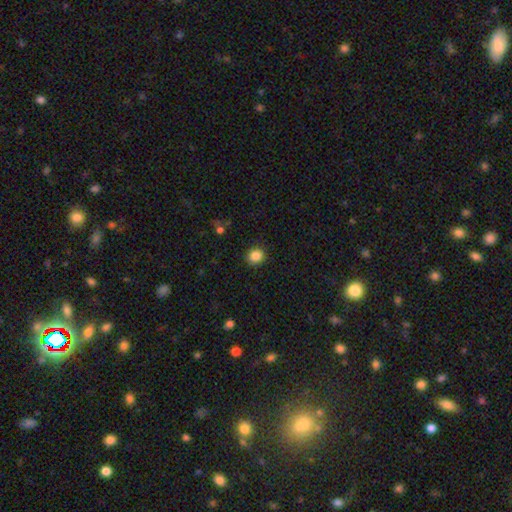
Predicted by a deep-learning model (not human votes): This is clearly a smooth galaxy (85%). How rounded: clearly round (81%). Merging: clearly none (91%).